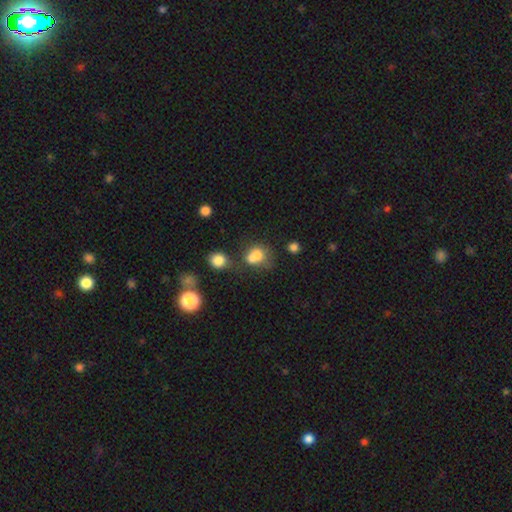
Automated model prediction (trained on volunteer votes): smooth-or-featured: smooth: 72% | featured or disk: 15% | star or artifact: 13%
  how-rounded: round: 63% | in between: 36% | cigar-shaped: 1%
  merging: merger: 51% | none: 29% | minor disturbance: 11% | major disturbance: 8%